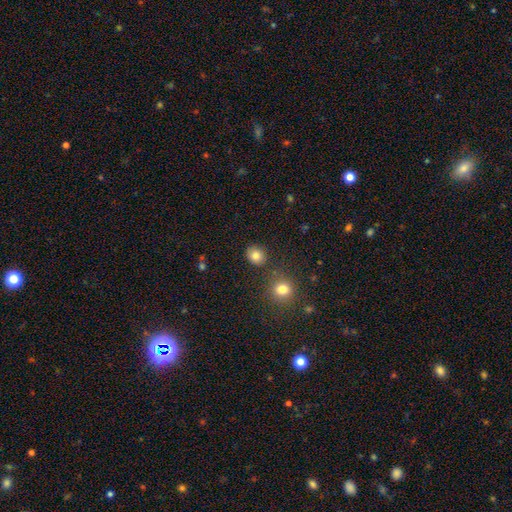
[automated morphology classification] Smooth or featured: smooth — 82% (star or artifact — 12%)
How rounded: round — 74% (in between — 25%)
Merging: none — 85% (minor disturbance — 8%)